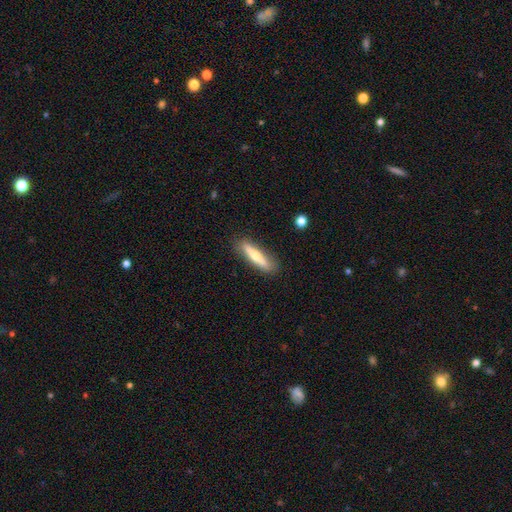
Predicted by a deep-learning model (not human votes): Q: Smooth or featured?
A: smooth (51%); runner-up: featured or disk (43%)
Q: How rounded?
A: cigar-shaped (80%); runner-up: in between (18%)
Q: Merging?
A: none (86%); runner-up: minor disturbance (10%)